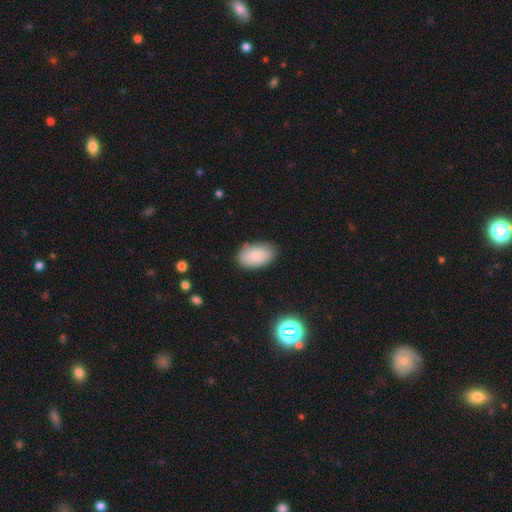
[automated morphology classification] Q: Smooth or featured?
A: smooth (85%); runner-up: featured or disk (8%)
Q: How rounded?
A: in between (94%); runner-up: round (5%)
Q: Merging?
A: none (82%); runner-up: minor disturbance (13%)